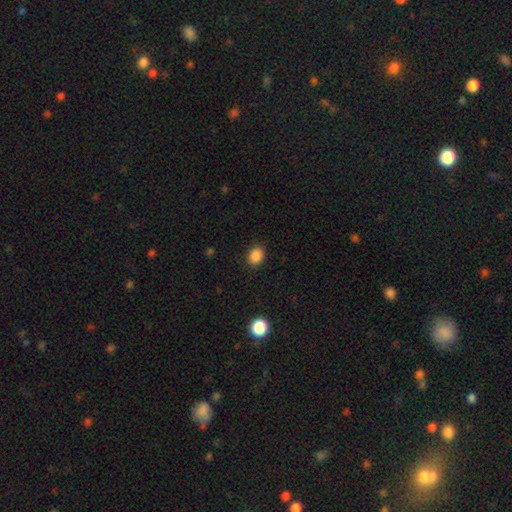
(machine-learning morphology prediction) Smooth or featured? Predicted: smooth (p=0.88). How rounded? Predicted: in between (p=0.55). Merging? Predicted: none (p=0.88).